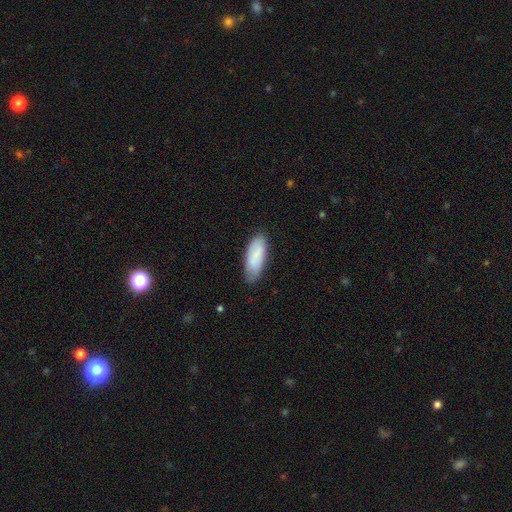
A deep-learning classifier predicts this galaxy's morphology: This is clearly a smooth galaxy (82%). How rounded: likely in between (80%). Merging: likely none (75%).